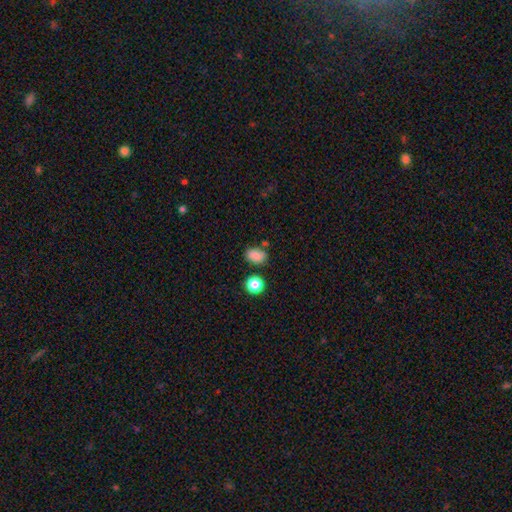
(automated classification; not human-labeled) smooth_or_featured: smooth (p=0.84) [alt: star or artifact p=0.12]
how_rounded: in between (p=0.75) [alt: round p=0.24]
merging: none (p=0.70) [alt: minor disturbance p=0.17]